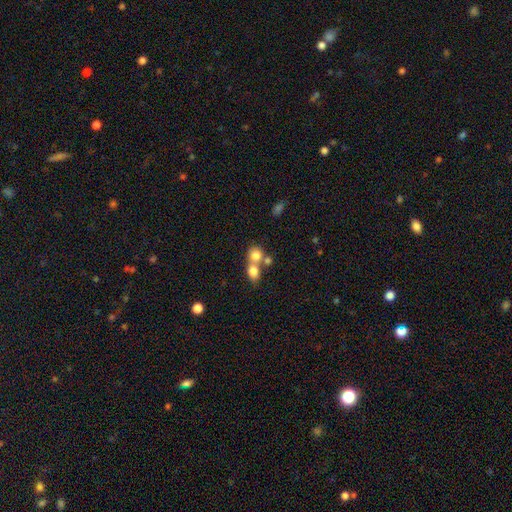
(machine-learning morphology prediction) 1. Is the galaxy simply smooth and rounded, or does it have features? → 77% smooth, 13% featured or disk, 10% star or artifact.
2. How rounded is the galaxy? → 69% round, 30% in between, 1% cigar-shaped.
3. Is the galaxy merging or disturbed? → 59% merger, 31% none, 6% minor disturbance, 4% major disturbance.